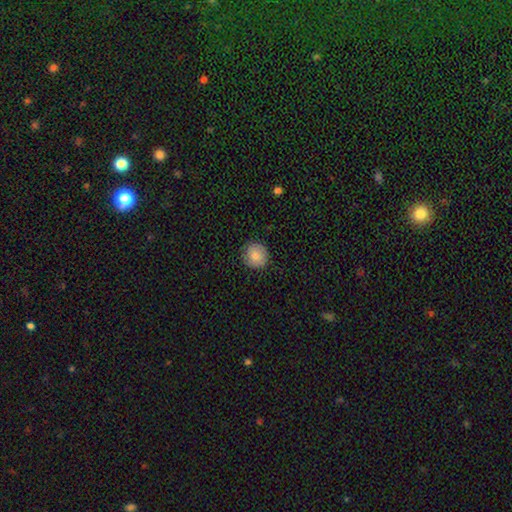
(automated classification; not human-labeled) Morphology: type=smooth (84%); roundness=round (90%); merging=none (84%).